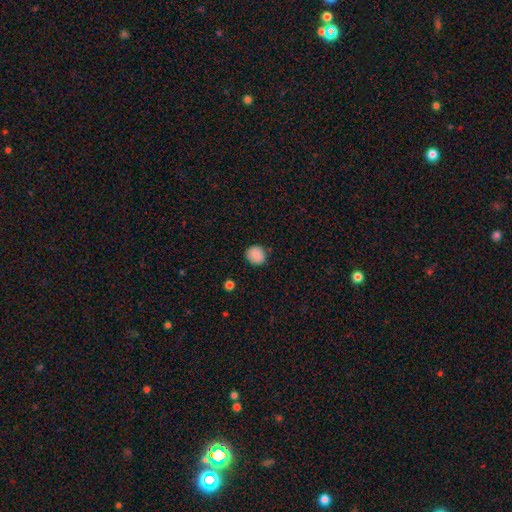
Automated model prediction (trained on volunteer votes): A smooth galaxy with no disk features (88%) that is round (85%). Merging: none (84%).